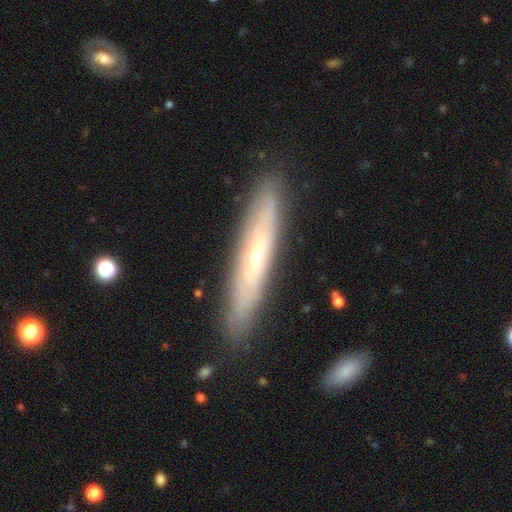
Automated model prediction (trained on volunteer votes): smooth-or-featured: featured or disk: 58% | smooth: 35% | star or artifact: 7%
  disk-edge-on: yes: 71% | no: 29%
  merging: none: 87% | minor disturbance: 9% | major disturbance: 2% | merger: 1%